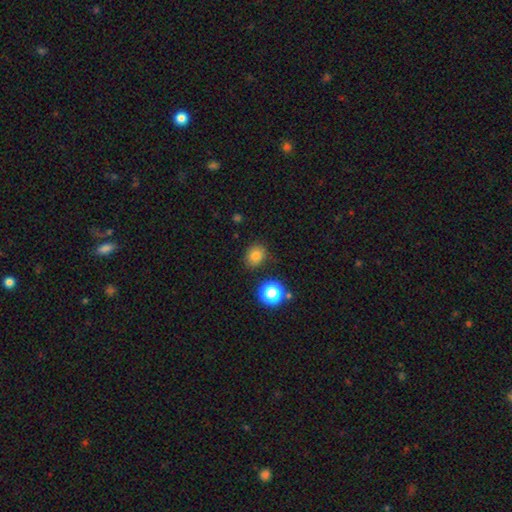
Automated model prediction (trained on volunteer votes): Smooth or featured: smooth — 78% (star or artifact — 15%)
How rounded: round — 58% (in between — 41%)
Merging: none — 83% (minor disturbance — 11%)